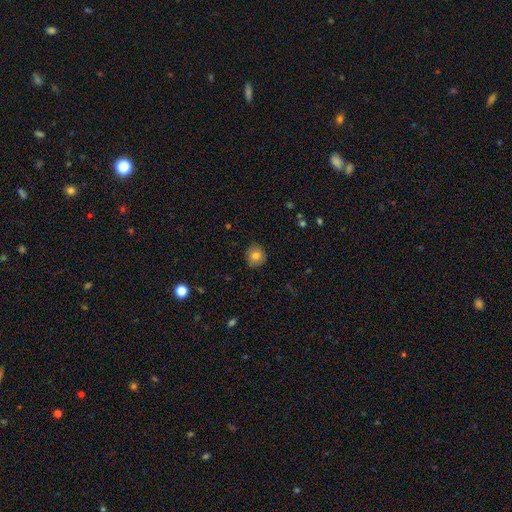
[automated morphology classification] smooth_or_featured: smooth (p=0.78) [alt: featured or disk p=0.13]
how_rounded: round (p=0.88) [alt: in between p=0.11]
merging: none (p=0.87) [alt: minor disturbance p=0.10]